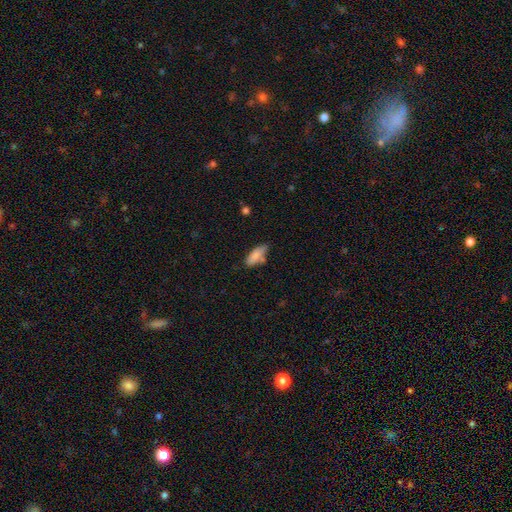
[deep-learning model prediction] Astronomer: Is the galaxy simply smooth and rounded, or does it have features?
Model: smooth — 85%.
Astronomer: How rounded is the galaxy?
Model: in between — 75%.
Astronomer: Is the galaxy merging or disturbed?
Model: none — 63%.